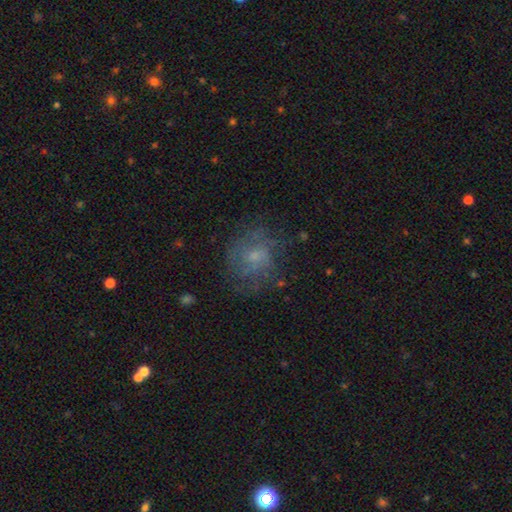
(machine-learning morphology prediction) smooth_or_featured: featured or disk (p=0.46) [alt: smooth p=0.42]
merging: none (p=0.63) [alt: minor disturbance p=0.20]